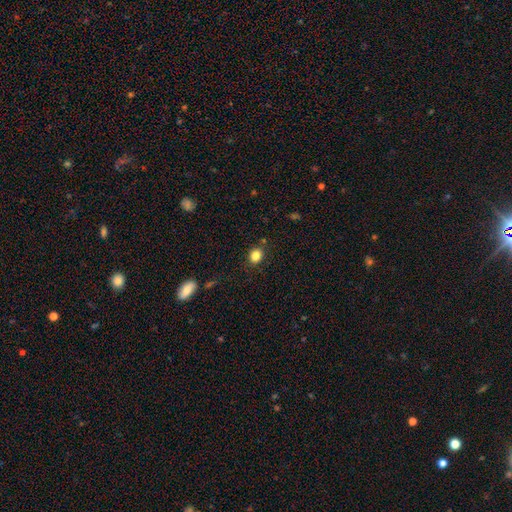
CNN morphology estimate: A smooth galaxy with no disk features (84%) that is round (57%).

Vote fractions:
- Smooth or featured? smooth: 84% / star or artifact: 11% / featured or disk: 5%
- How rounded? round: 57% / in between: 42% / cigar-shaped: 1%
- Merging? none: 85% / minor disturbance: 10% / major disturbance: 3% / merger: 2%